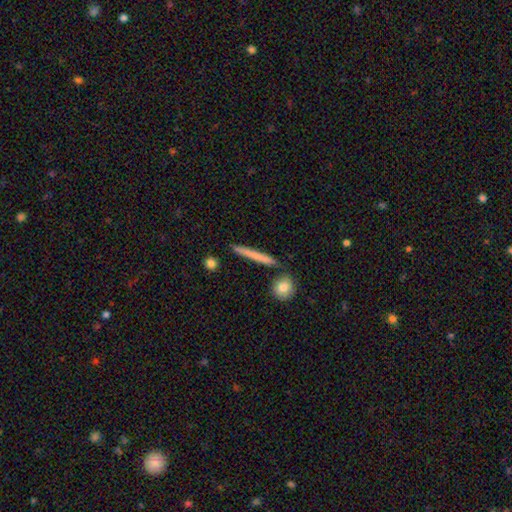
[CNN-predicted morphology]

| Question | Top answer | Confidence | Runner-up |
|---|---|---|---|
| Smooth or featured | smooth | 67% | featured or disk (27%) |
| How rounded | cigar-shaped | 94% | in between (3%) |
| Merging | none | 87% | minor disturbance (7%) |